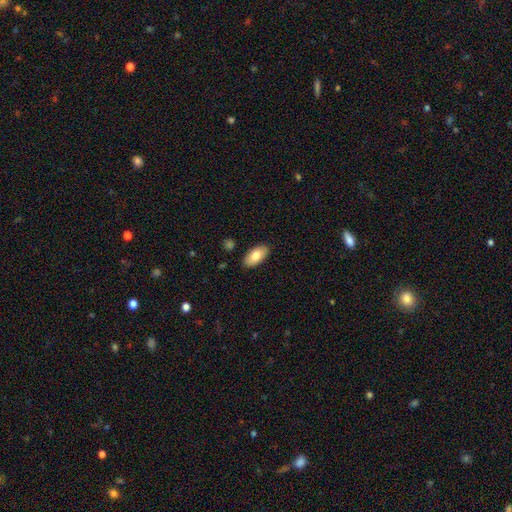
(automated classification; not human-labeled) Smooth or featured? smooth (79%)
How rounded? in between (94%)
Merging? none (88%)